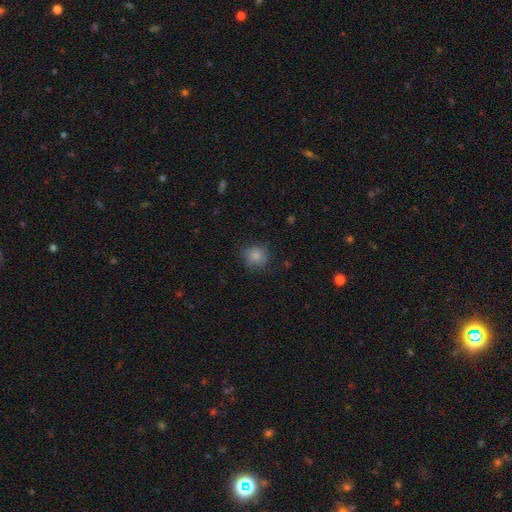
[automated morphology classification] Q: Smooth or featured?
A: smooth (82%); runner-up: star or artifact (11%)
Q: How rounded?
A: round (85%); runner-up: in between (14%)
Q: Merging?
A: none (78%); runner-up: minor disturbance (17%)